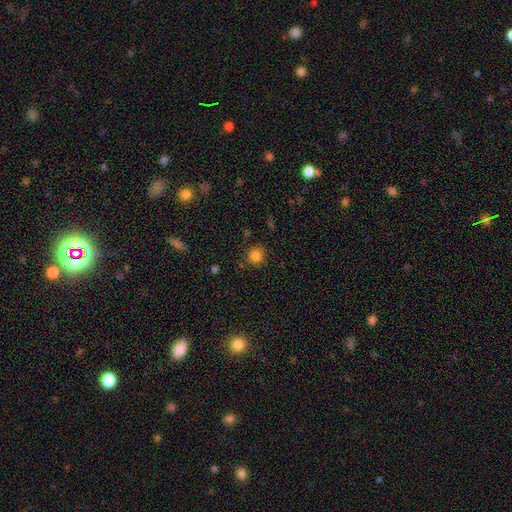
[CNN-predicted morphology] A smooth galaxy with no disk features (83%) that is round (92%).

Vote fractions:
- Smooth or featured? smooth: 83% / star or artifact: 12% / featured or disk: 5%
- How rounded? round: 92% / in between: 7% / cigar-shaped: 1%
- Merging? none: 85% / minor disturbance: 9% / major disturbance: 3% / merger: 3%